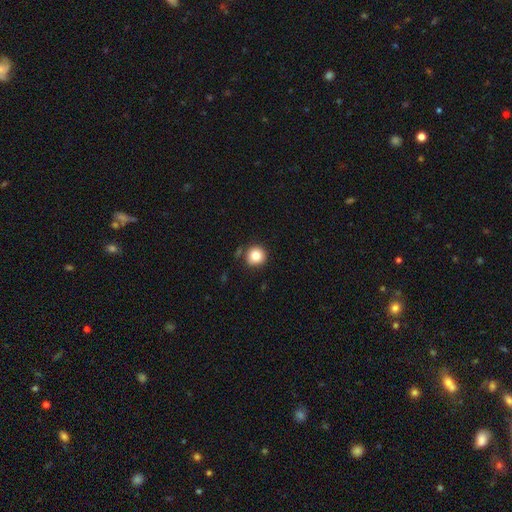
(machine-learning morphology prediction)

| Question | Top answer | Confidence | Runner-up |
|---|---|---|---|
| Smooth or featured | smooth | 83% | star or artifact (10%) |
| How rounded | round | 93% | in between (6%) |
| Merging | none | 83% | minor disturbance (10%) |